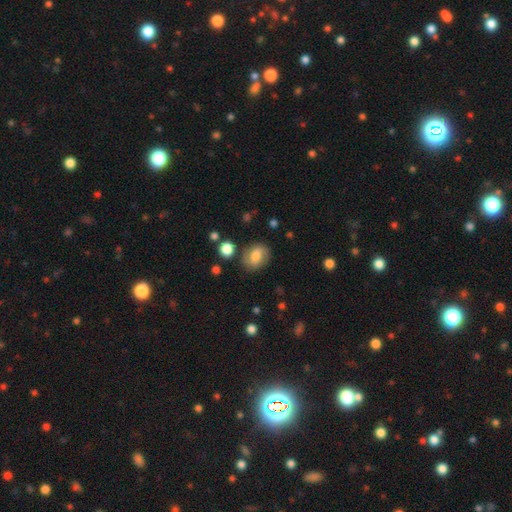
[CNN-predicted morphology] Smooth or featured?
  - smooth: 63% *
  - featured or disk: 28%
  - star or artifact: 8%
How rounded?
  - in between: 53% *
  - round: 45%
  - cigar-shaped: 2%
Merging?
  - none: 78% *
  - minor disturbance: 14%
  - major disturbance: 5%
  - merger: 3%